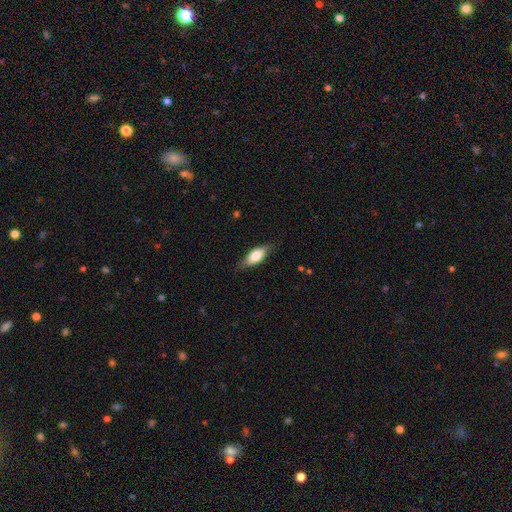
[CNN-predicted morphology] This appears to be a smooth galaxy with no disk features (67%) that is in between round and cigar-shaped (75%). Merging: none (78%).